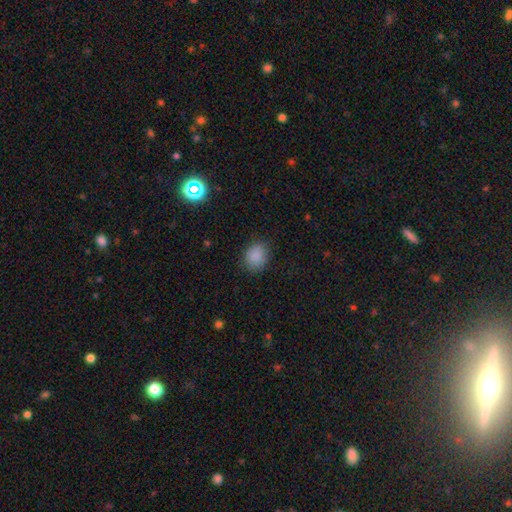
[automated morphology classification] type=smooth (87%); roundness=round (53%); merging=none (83%).